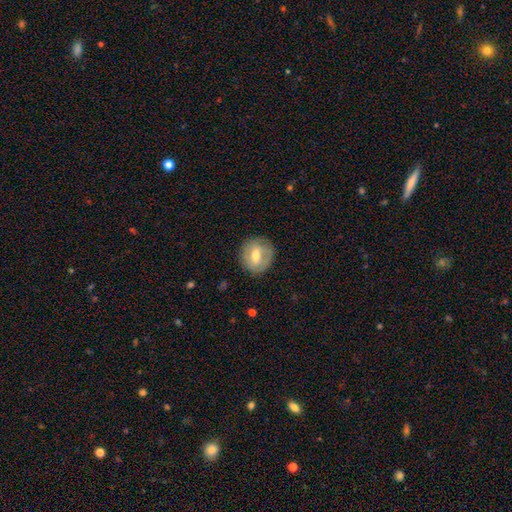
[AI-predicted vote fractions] Morphology: type=smooth (51%); roundness=round (82%); merging=none (83%).